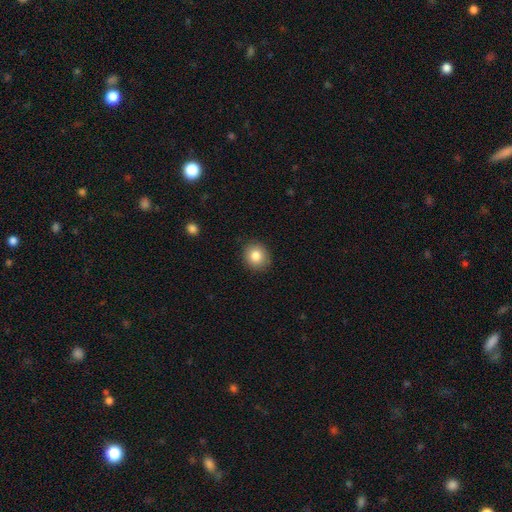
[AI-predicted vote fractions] Morphology: type=smooth (83%); roundness=round (78%); merging=none (90%).